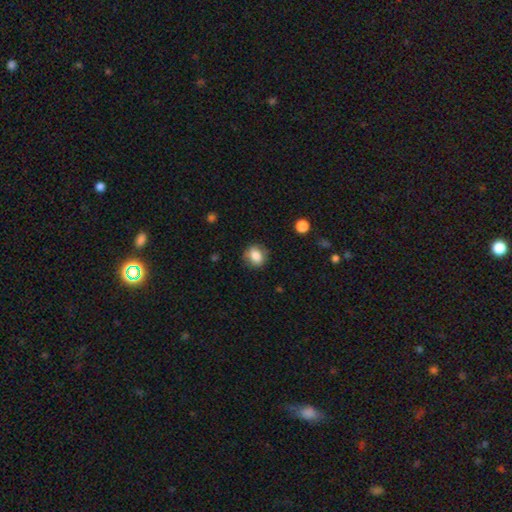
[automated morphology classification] Smooth or featured: smooth — 83% (star or artifact — 9%)
How rounded: round — 55% (in between — 44%)
Merging: none — 82% (minor disturbance — 13%)